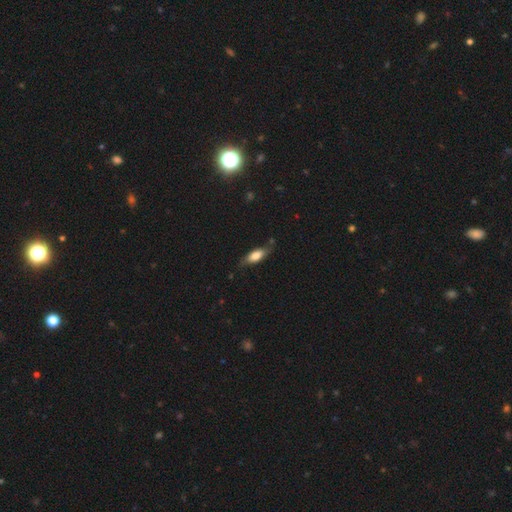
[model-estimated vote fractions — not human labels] Overall: smooth (71%). How rounded: in between (70%). Merging: none (73%).